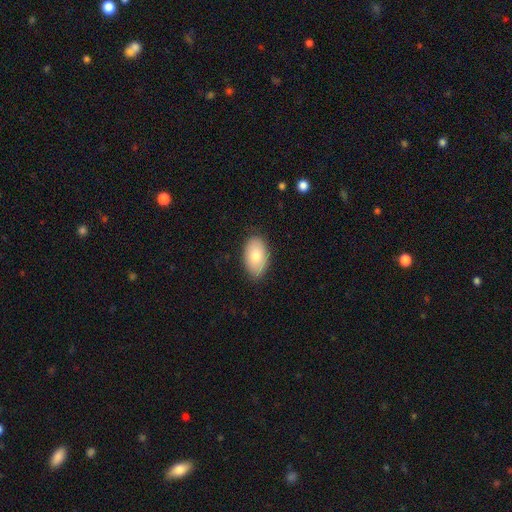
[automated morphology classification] This appears to be a smooth galaxy with no disk features (76%) that is in between round and cigar-shaped (92%). Merging: none (83%).